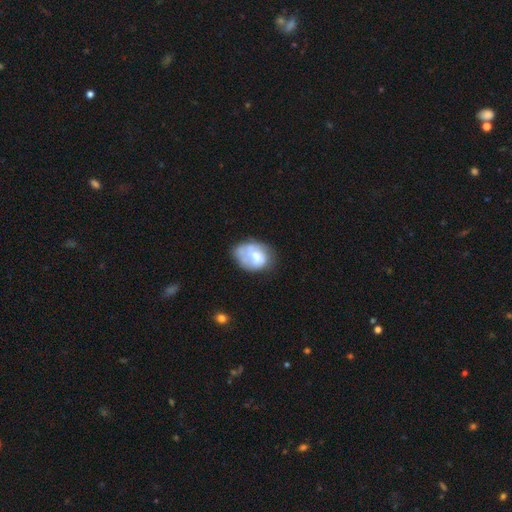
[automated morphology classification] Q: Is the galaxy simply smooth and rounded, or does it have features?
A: smooth — 48%.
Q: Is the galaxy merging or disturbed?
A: none — 41%.